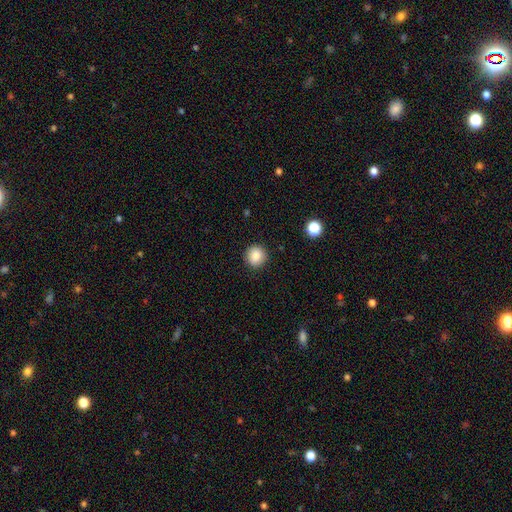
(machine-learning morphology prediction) This appears to be a smooth galaxy with no disk features (87%) that is round (92%). Merging: none (91%).